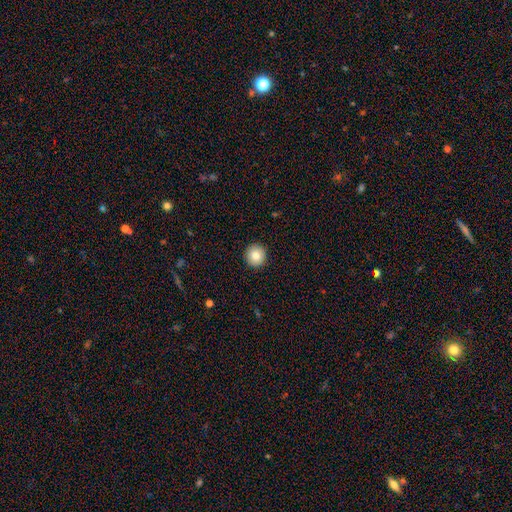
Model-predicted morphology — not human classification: Smooth or featured? smooth (83%)
How rounded? round (95%)
Merging? none (93%)